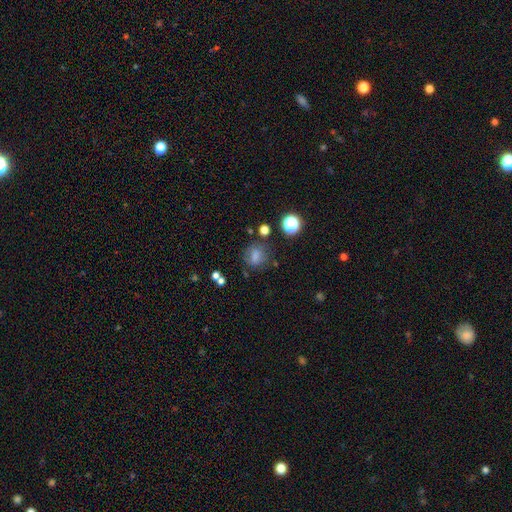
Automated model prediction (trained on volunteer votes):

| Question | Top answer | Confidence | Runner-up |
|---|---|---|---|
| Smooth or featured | smooth | 71% | star or artifact (16%) |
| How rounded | round | 63% | in between (35%) |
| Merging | none | 69% | minor disturbance (17%) |